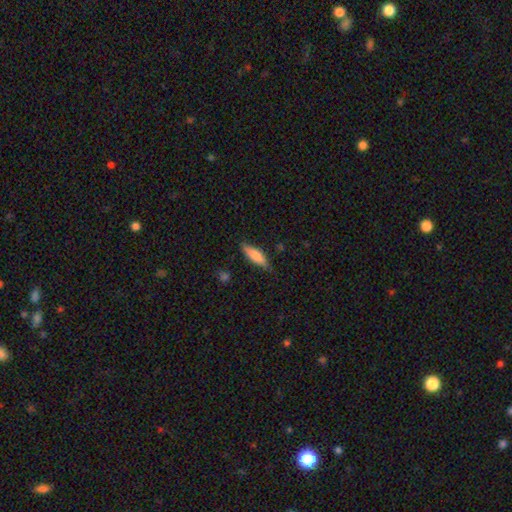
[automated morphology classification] Q: Smooth or featured?
A: smooth (76%); runner-up: featured or disk (19%)
Q: How rounded?
A: cigar-shaped (61%); runner-up: in between (38%)
Q: Merging?
A: none (79%); runner-up: minor disturbance (17%)